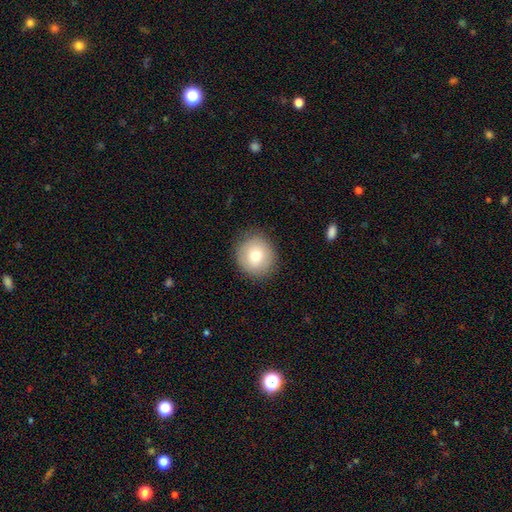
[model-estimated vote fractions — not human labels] This appears to be a smooth galaxy with no disk features (74%) that is round (87%). Merging: none (87%).